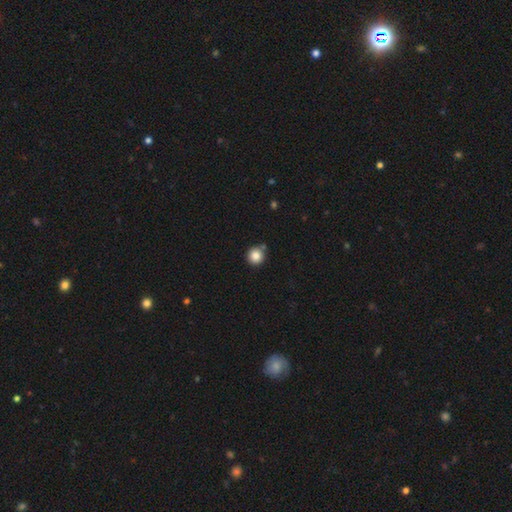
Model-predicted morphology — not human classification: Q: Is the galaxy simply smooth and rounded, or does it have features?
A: smooth — 85%.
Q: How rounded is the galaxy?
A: round — 94%.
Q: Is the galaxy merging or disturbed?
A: none — 79%.